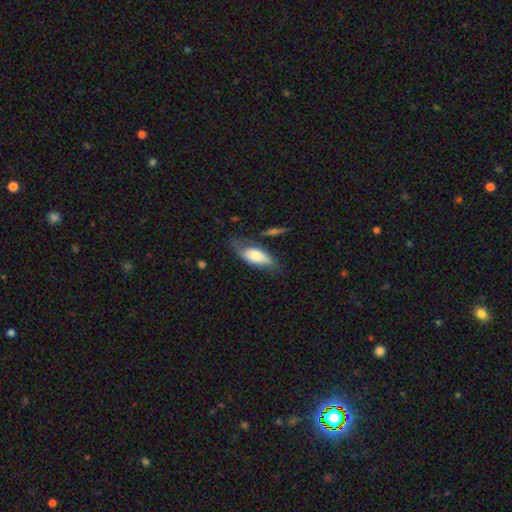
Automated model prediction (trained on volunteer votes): smooth_or_featured: smooth (p=0.73) [alt: featured or disk p=0.21]
how_rounded: in between (p=0.84) [alt: cigar-shaped p=0.14]
merging: none (p=0.50) [alt: minor disturbance p=0.30]